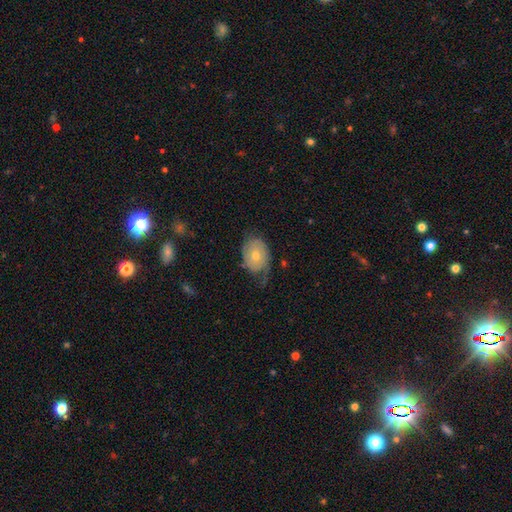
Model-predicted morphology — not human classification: This appears to be a featured or disk galaxy (52%). Merging: none (52%).